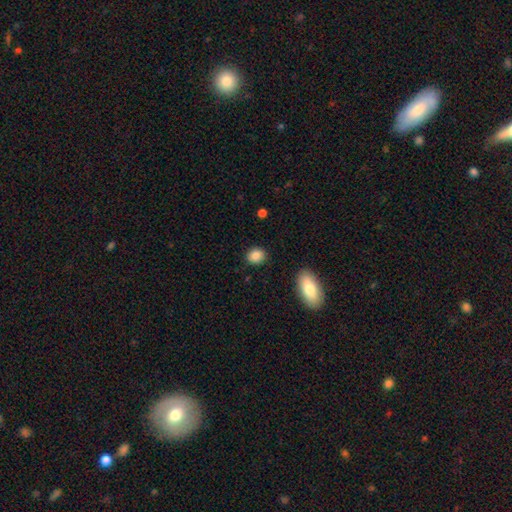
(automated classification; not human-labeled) This is clearly a smooth galaxy (87%). How rounded: likely round (63%). Merging: clearly none (88%).